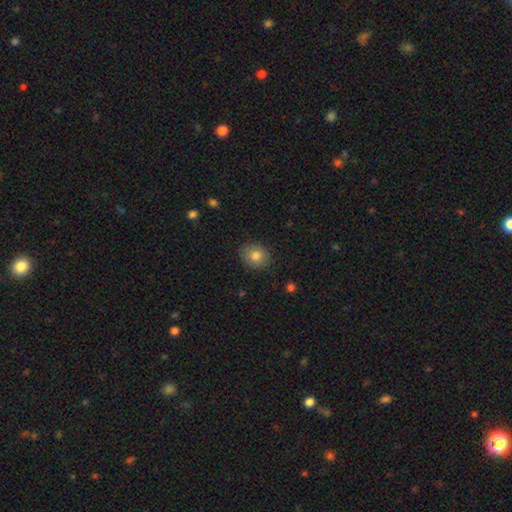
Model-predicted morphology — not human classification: The model was most divided on "how rounded": round: 72%, in between: 27%, cigar-shaped: 1%. More confident: merging — none (87%); smooth or featured — smooth (81%).